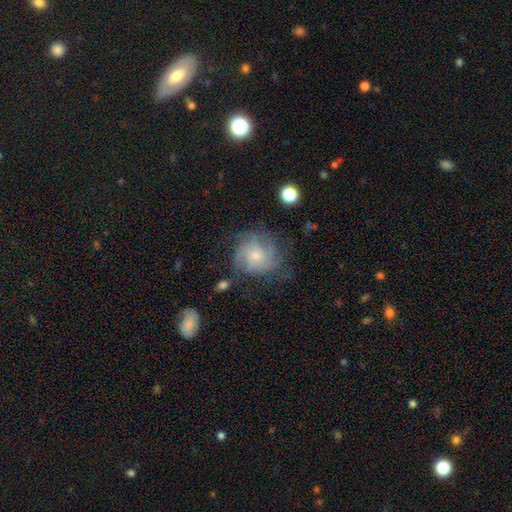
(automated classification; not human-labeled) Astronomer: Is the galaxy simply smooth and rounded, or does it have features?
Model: featured or disk — 55% (runner-up: smooth, 36%).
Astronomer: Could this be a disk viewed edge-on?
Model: no — 97%.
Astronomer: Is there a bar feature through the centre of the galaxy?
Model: no — 79%.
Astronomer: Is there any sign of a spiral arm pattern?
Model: yes — 80%.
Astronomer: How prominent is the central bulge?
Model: small — 48% (runner-up: moderate, 40%).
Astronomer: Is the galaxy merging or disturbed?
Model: none — 58%.